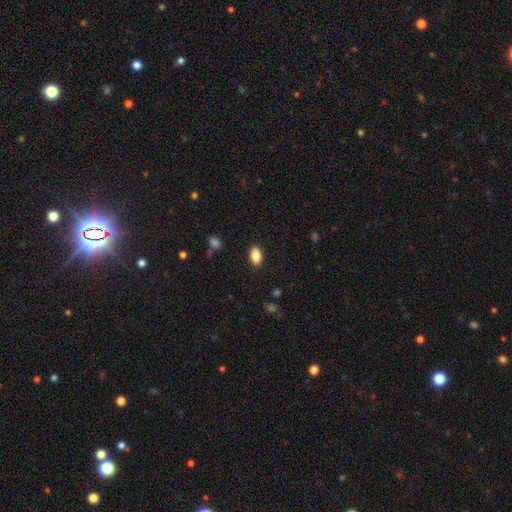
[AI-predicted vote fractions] smooth_or_featured: smooth (p=0.86) [alt: star or artifact p=0.08]
how_rounded: in between (p=0.91) [alt: round p=0.06]
merging: none (p=0.89) [alt: minor disturbance p=0.08]